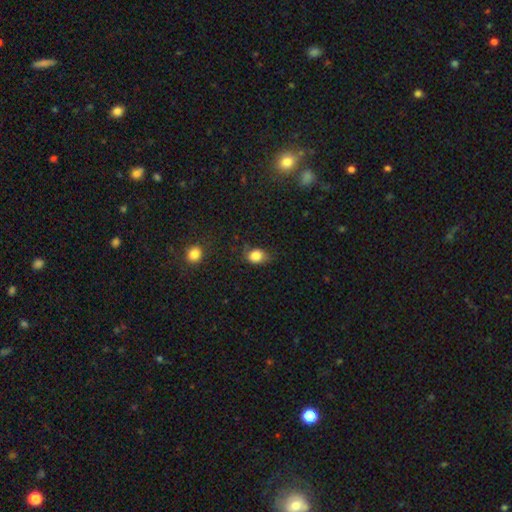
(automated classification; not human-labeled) Smooth or featured: smooth — 83% (star or artifact — 10%)
How rounded: in between — 53% (round — 46%)
Merging: none — 59% (minor disturbance — 29%)